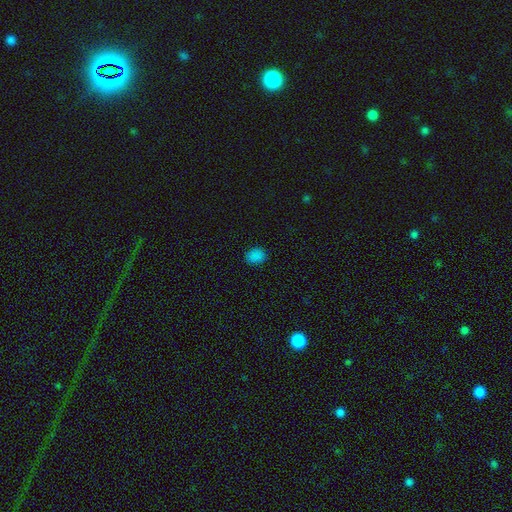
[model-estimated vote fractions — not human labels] This is clearly a smooth galaxy (82%). How rounded: possibly in between (52%). Merging: clearly none (88%).